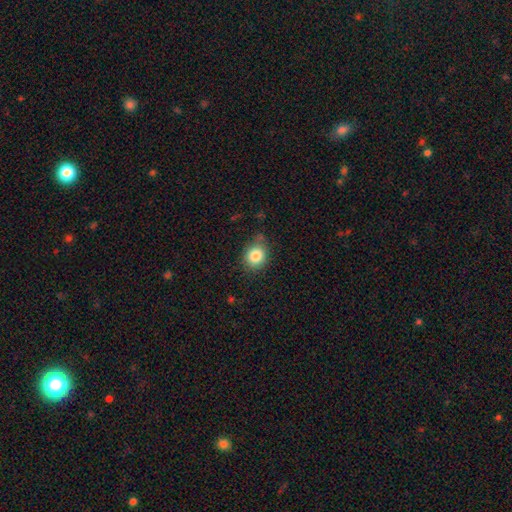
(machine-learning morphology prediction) A smooth galaxy with no disk features (83%) that is round (69%).

Vote fractions:
- Smooth or featured? smooth: 83% / star or artifact: 10% / featured or disk: 7%
- How rounded? round: 69% / in between: 30% / cigar-shaped: 1%
- Merging? none: 73% / minor disturbance: 20% / major disturbance: 5% / merger: 3%